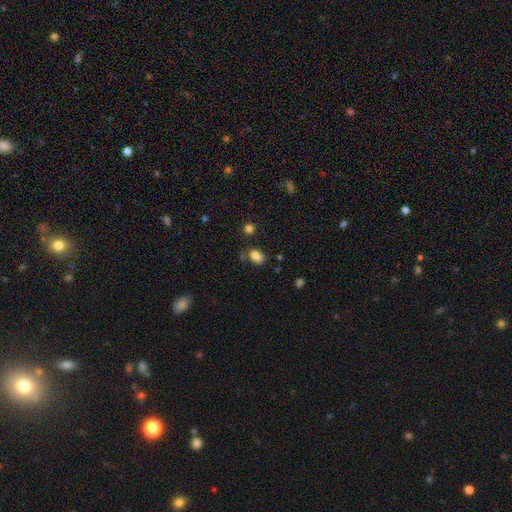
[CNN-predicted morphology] Smooth or featured: smooth — 83% (star or artifact — 11%)
How rounded: in between — 81% (round — 17%)
Merging: none — 72% (minor disturbance — 17%)